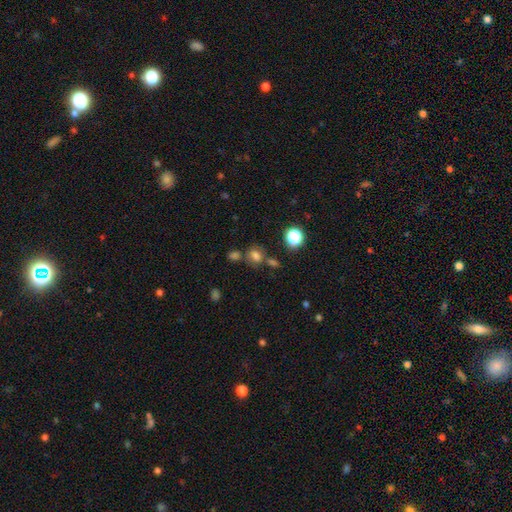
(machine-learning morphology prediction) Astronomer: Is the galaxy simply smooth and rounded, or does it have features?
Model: smooth — 70%.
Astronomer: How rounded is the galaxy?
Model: round — 59% (runner-up: in between, 39%).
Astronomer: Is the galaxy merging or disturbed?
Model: none — 60%.